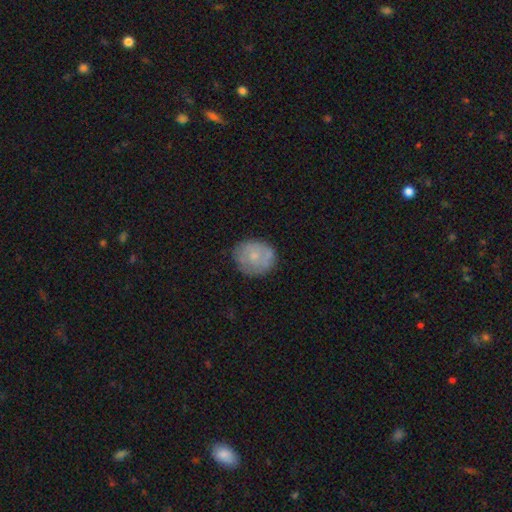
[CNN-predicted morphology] The model was most divided on "smooth or featured": smooth: 60%, featured or disk: 33%, star or artifact: 8%. More confident: how rounded — round (73%); merging — none (73%).